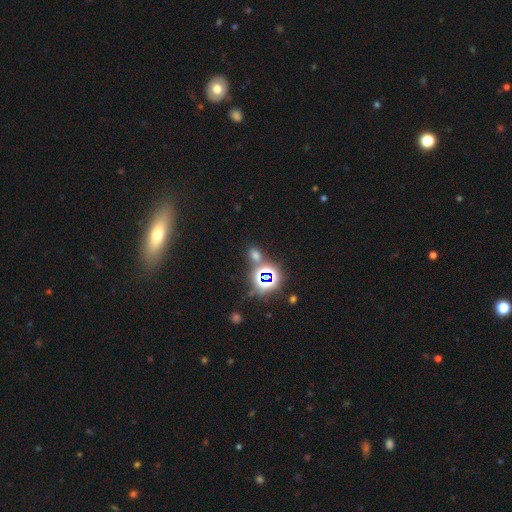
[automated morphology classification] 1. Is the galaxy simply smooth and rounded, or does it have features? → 47% star or artifact, 46% smooth, 7% featured or disk.